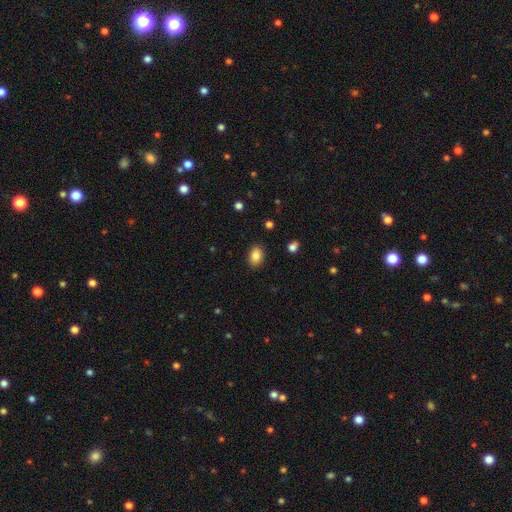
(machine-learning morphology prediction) type=smooth (86%); roundness=in between (79%); merging=none (88%).